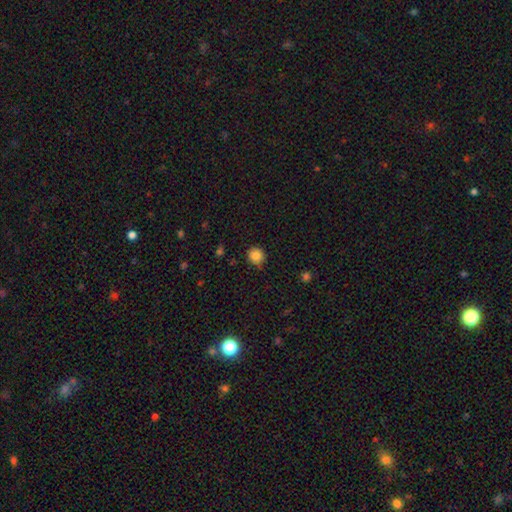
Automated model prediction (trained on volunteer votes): Morphology: type=smooth (85%); roundness=round (90%); merging=none (85%).